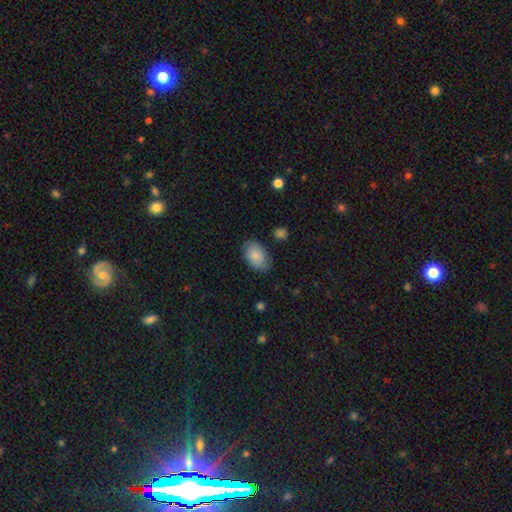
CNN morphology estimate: Q: Smooth or featured?
A: smooth (87%); runner-up: featured or disk (7%)
Q: How rounded?
A: in between (92%); runner-up: round (7%)
Q: Merging?
A: none (79%); runner-up: minor disturbance (15%)